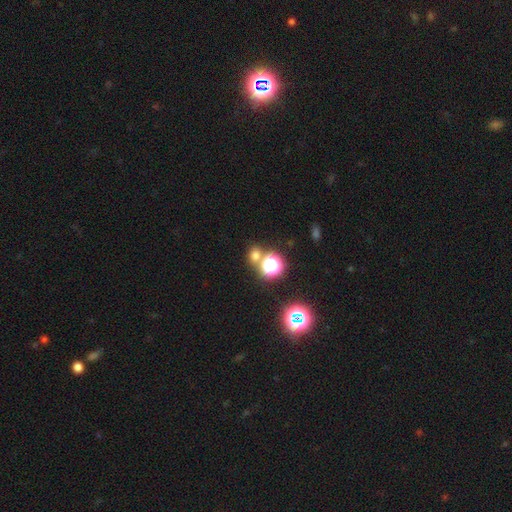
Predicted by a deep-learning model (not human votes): Smooth or featured? Predicted: smooth (p=0.61). How rounded? Predicted: round (p=0.73). Merging? Predicted: none (p=0.68).